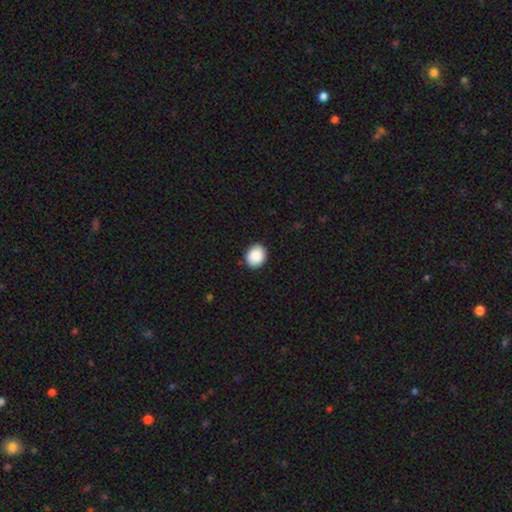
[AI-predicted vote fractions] Smooth or featured? Predicted: smooth (p=0.90). How rounded? Predicted: round (p=0.60). Merging? Predicted: none (p=0.90).